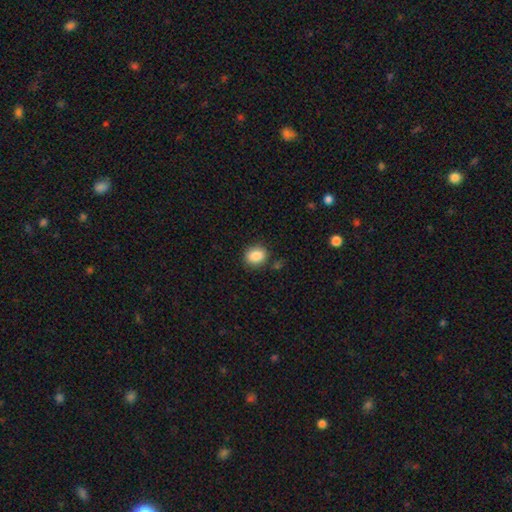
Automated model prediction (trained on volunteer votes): Q: Smooth or featured?
A: smooth (87%); runner-up: star or artifact (9%)
Q: How rounded?
A: round (61%); runner-up: in between (38%)
Q: Merging?
A: none (82%); runner-up: minor disturbance (12%)